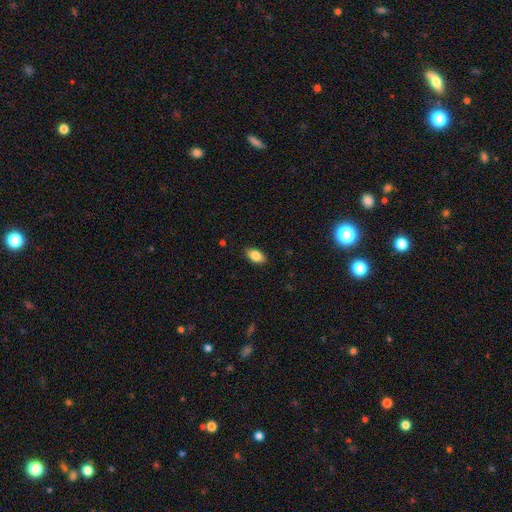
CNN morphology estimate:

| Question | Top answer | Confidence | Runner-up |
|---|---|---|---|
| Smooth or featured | smooth | 85% | star or artifact (8%) |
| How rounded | in between | 92% | round (6%) |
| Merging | none | 87% | minor disturbance (9%) |